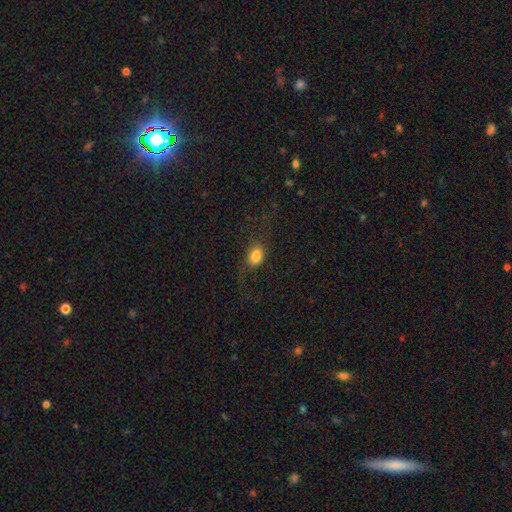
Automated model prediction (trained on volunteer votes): Smooth or featured? Predicted: smooth (p=0.76). How rounded? Predicted: in between (p=0.72). Merging? Predicted: none (p=0.55).